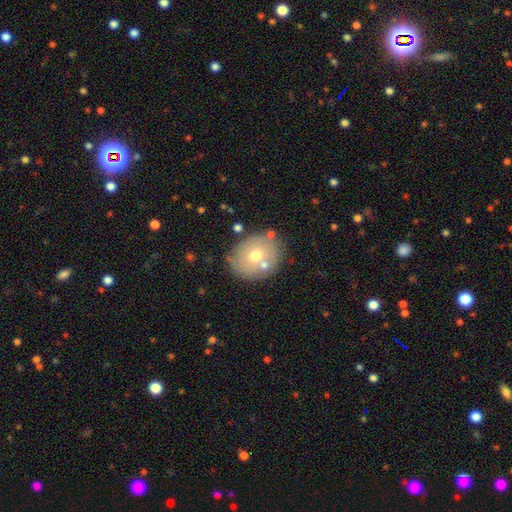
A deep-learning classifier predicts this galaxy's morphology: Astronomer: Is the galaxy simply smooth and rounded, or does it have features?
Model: smooth — 62%.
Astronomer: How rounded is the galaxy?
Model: round — 54% (runner-up: in between, 45%).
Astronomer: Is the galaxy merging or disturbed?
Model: none — 74%.